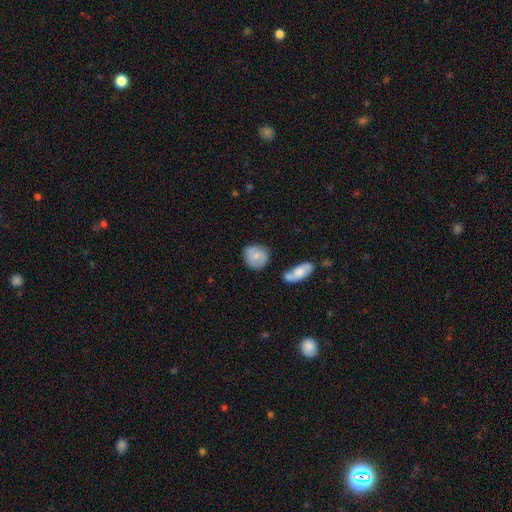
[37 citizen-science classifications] This is possibly a smooth galaxy (57%). How rounded: clearly round (90%). Merging: possibly none (53%).